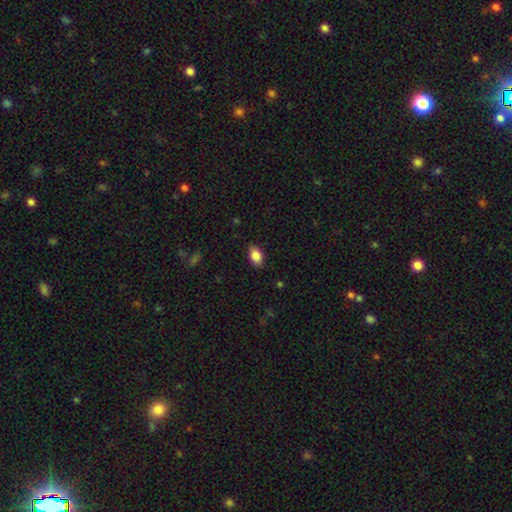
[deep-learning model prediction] The model was most divided on "merging": none: 84%, minor disturbance: 12%, major disturbance: 2%, merger: 1%. More confident: how rounded — in between (88%); smooth or featured — smooth (86%).